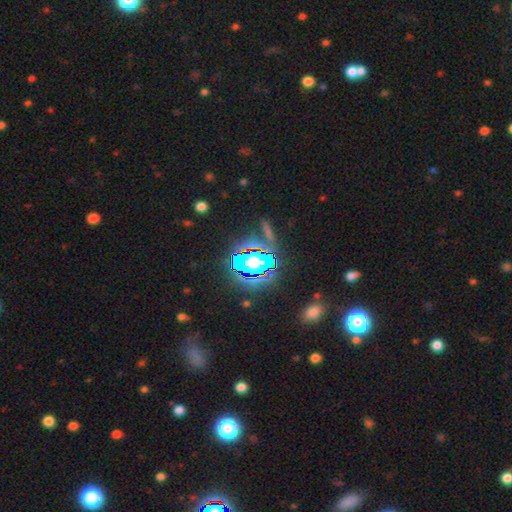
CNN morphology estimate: A star or artifact, not a galaxy (82%).